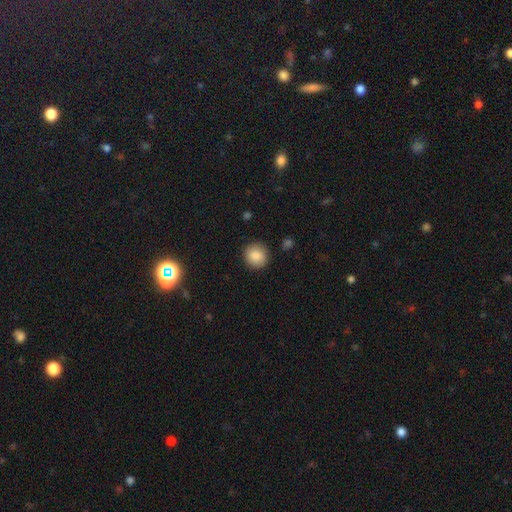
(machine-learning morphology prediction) smooth-or-featured: smooth: 87% | star or artifact: 9% | featured or disk: 4%
  how-rounded: round: 91% | in between: 8% | cigar-shaped: 1%
  merging: none: 90% | minor disturbance: 7% | major disturbance: 2% | merger: 1%